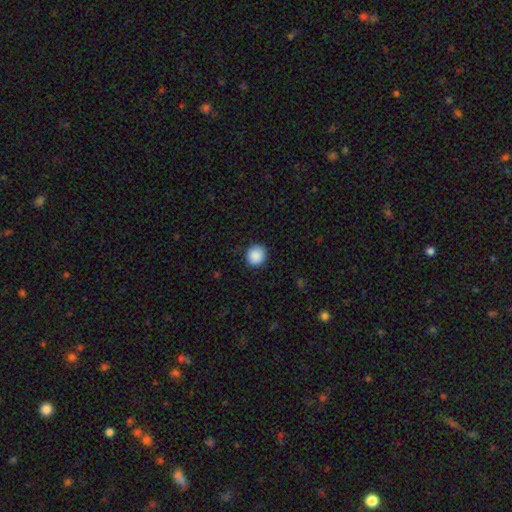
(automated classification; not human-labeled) Morphology: type=smooth (90%); roundness=round (91%); merging=none (90%).